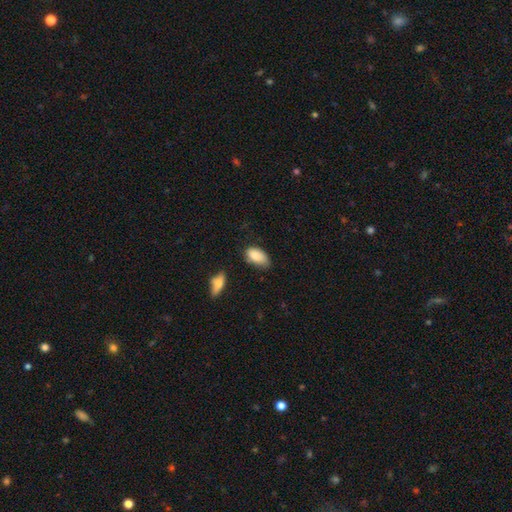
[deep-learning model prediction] This is clearly a smooth galaxy (84%). How rounded: clearly in between (93%). Merging: possibly none (53%).